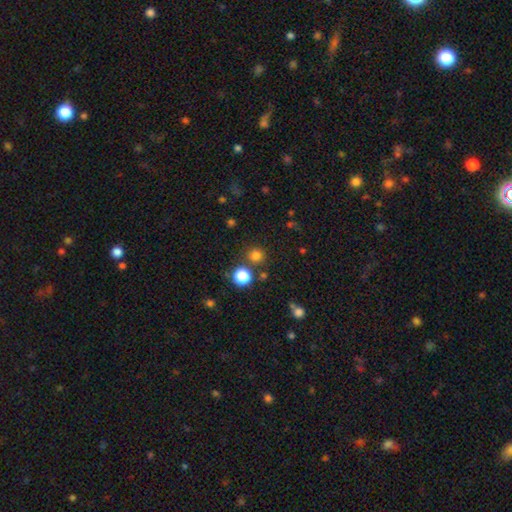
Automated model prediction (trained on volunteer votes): Smooth or featured? Predicted: smooth (p=0.77). How rounded? Predicted: round (p=0.93). Merging? Predicted: none (p=0.82).